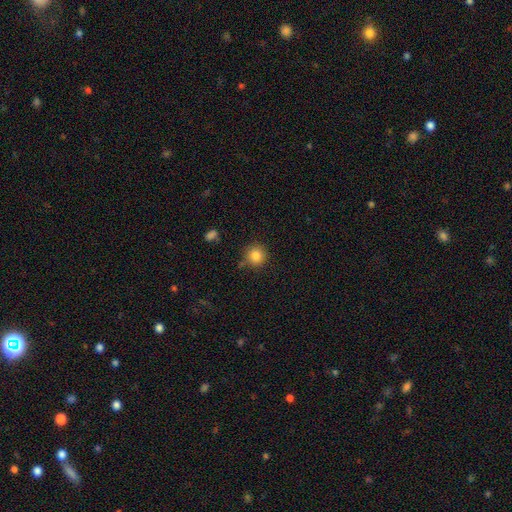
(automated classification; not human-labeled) Smooth or featured: smooth — 84% (star or artifact — 11%)
How rounded: round — 94% (in between — 5%)
Merging: none — 84% (minor disturbance — 10%)